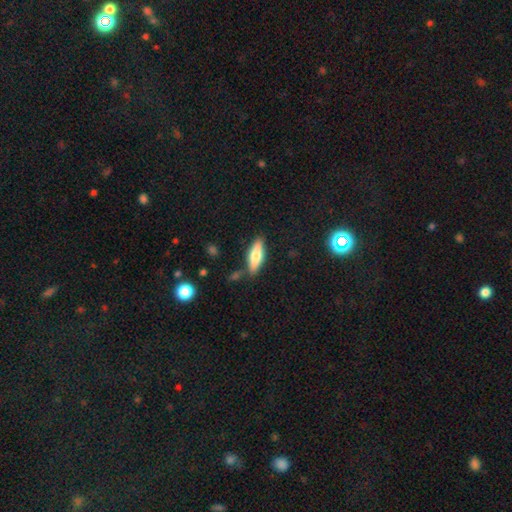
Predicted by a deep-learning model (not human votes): This is likely a smooth galaxy (65%). How rounded: possibly in between (53%). Merging: likely none (79%).